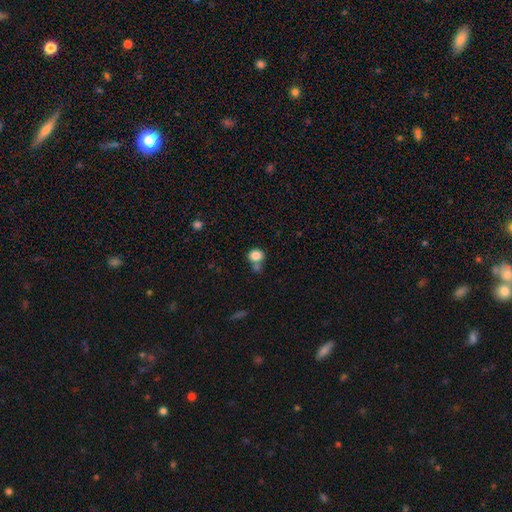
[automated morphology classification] A smooth galaxy with no disk features (84%) that is round (76%). Merging: none (54%).